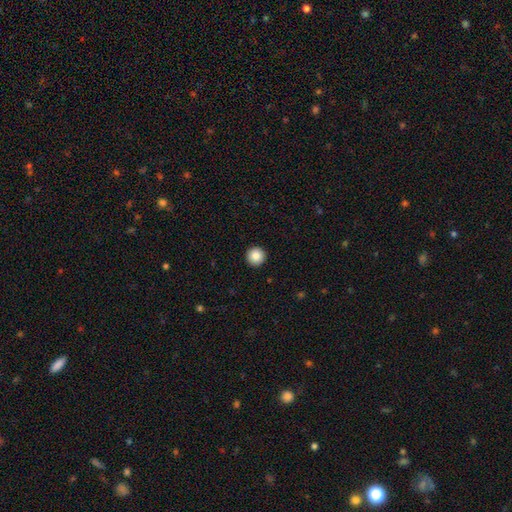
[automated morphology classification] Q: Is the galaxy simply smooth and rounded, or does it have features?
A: smooth — 85%.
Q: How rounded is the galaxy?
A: round — 97%.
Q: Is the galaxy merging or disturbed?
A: none — 94%.